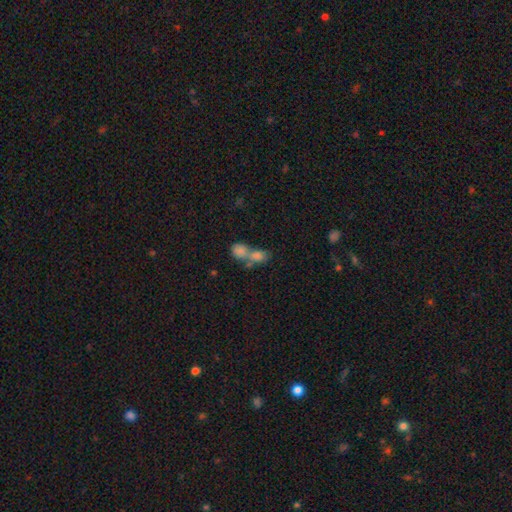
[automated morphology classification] A smooth galaxy with no disk features (74%) that is in between round and cigar-shaped (61%). Merging: merger (66%).